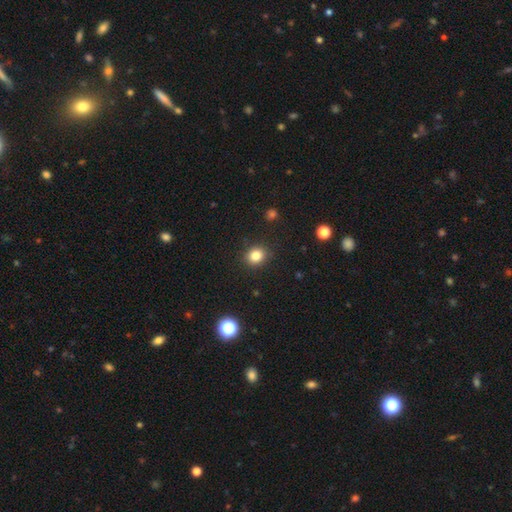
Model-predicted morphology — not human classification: Smooth or featured? Predicted: smooth (p=0.83). How rounded? Predicted: round (p=0.72). Merging? Predicted: none (p=0.88).